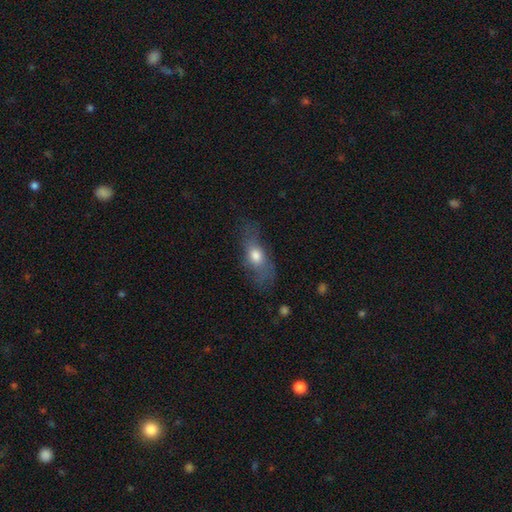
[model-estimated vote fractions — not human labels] This appears to be a smooth galaxy with no disk features (64%) that is in between round and cigar-shaped (71%). Merging: none (54%).